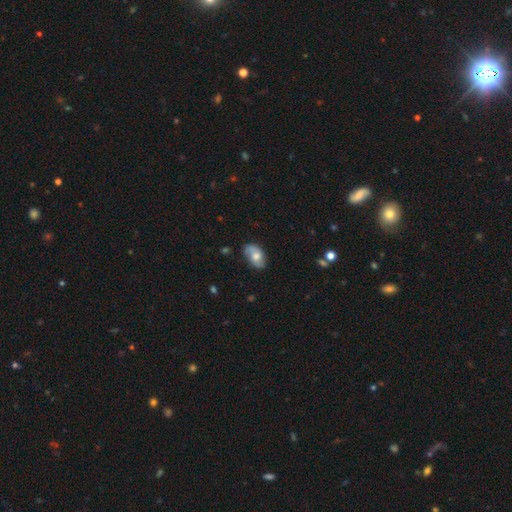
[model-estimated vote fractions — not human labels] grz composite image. It shows a smooth galaxy with no disk features (51%) that is in between round and cigar-shaped (90%). Merging: none (70%).